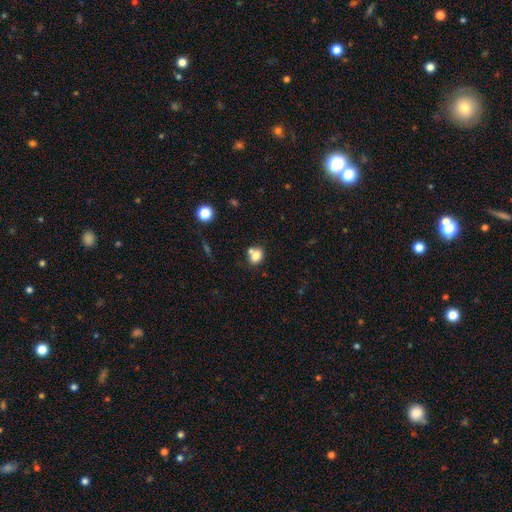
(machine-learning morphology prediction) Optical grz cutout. It shows a smooth galaxy with no disk features (77%) that is round (53%). Merging: none (49%).